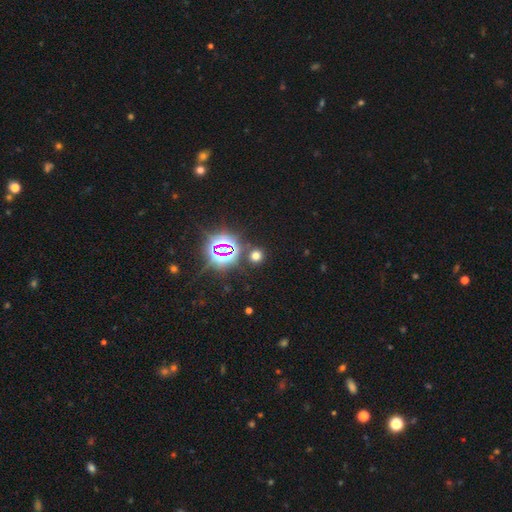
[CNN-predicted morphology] smooth-or-featured: smooth: 57% | star or artifact: 37% | featured or disk: 6%
  how-rounded: round: 88% | in between: 10% | cigar-shaped: 1%
  merging: none: 87% | minor disturbance: 6% | merger: 4% | major disturbance: 3%